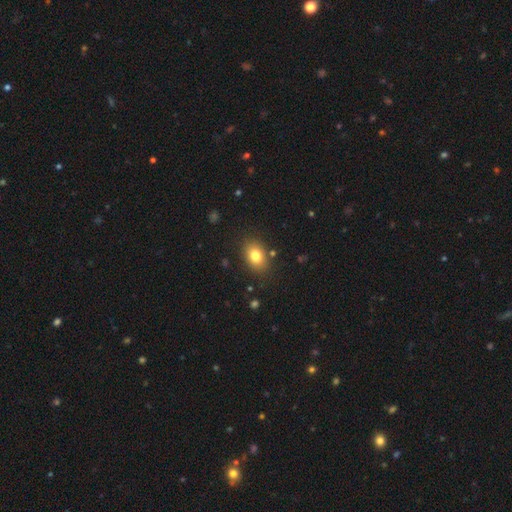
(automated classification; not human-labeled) smooth_or_featured: smooth (p=0.80) [alt: featured or disk p=0.10]
how_rounded: in between (p=0.77) [alt: round p=0.22]
merging: none (p=0.84) [alt: minor disturbance p=0.11]